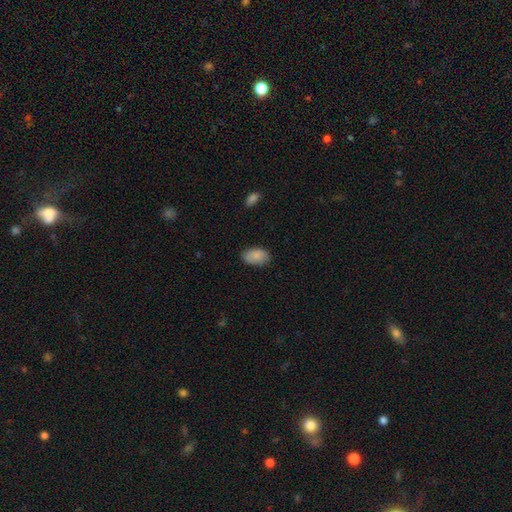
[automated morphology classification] smooth-or-featured: smooth: 85% | featured or disk: 9% | star or artifact: 7%
  how-rounded: in between: 93% | round: 6% | cigar-shaped: 1%
  merging: none: 83% | minor disturbance: 14% | major disturbance: 3% | merger: 1%